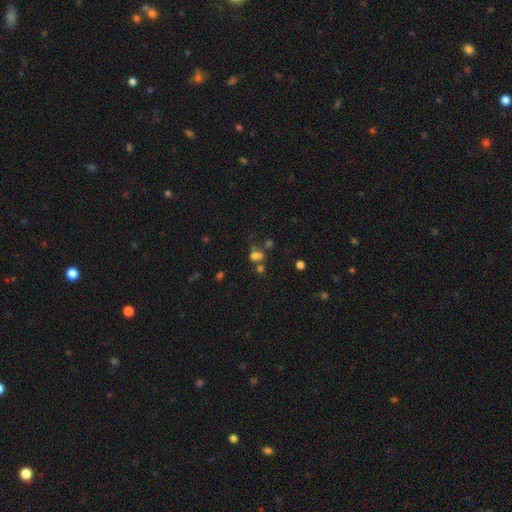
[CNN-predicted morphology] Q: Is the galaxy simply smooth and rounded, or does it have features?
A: smooth — 61%.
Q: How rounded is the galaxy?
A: in between — 53%.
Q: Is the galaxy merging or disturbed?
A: merger — 39%.